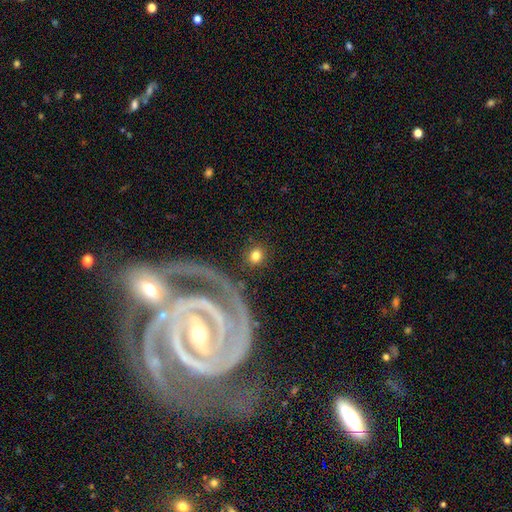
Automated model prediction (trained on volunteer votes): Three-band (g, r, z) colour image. It shows a smooth galaxy with no disk features (78%) that is round (82%). Merging: none (86%).